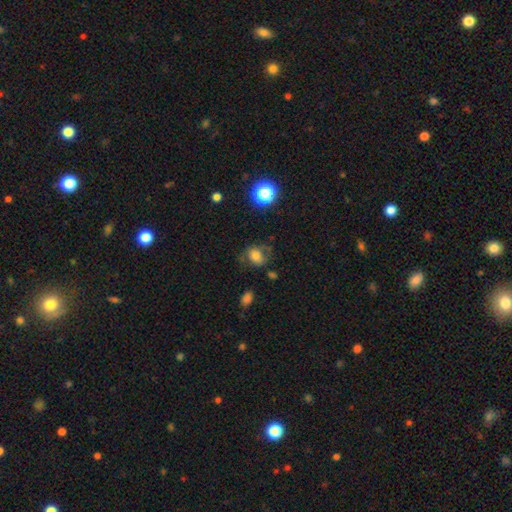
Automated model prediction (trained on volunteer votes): A smooth galaxy with no disk features (69%) that is round (52%). Merging: none (53%).